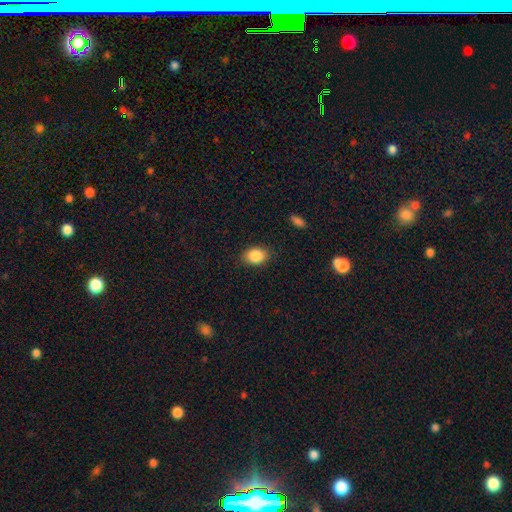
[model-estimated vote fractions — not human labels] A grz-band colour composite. It shows a smooth galaxy with no disk features (87%) that is in between round and cigar-shaped (78%). Merging: none (86%).